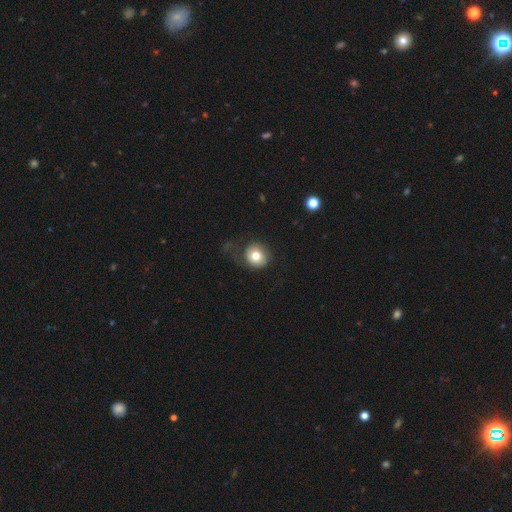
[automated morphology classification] Q: Smooth or featured?
A: smooth (73%); runner-up: featured or disk (17%)
Q: How rounded?
A: round (87%); runner-up: in between (12%)
Q: Merging?
A: none (60%); runner-up: minor disturbance (19%)